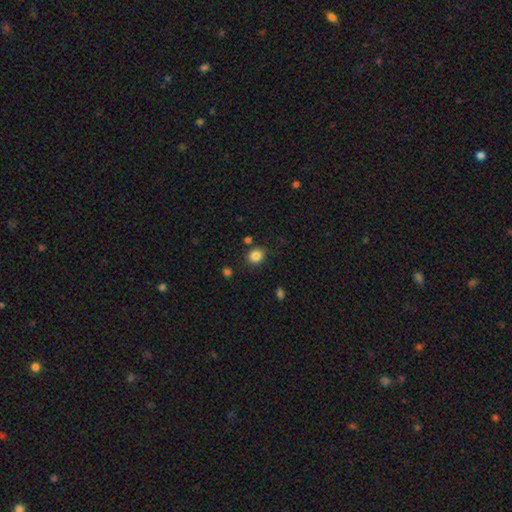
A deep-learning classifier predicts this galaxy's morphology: A smooth galaxy with no disk features (85%) that is round (61%).

Vote fractions:
- Smooth or featured? smooth: 85% / star or artifact: 10% / featured or disk: 4%
- How rounded? round: 61% / in between: 38% / cigar-shaped: 1%
- Merging? none: 84% / minor disturbance: 9% / merger: 4% / major disturbance: 3%